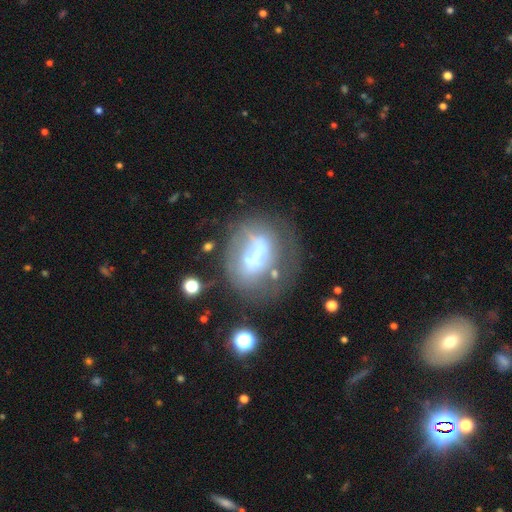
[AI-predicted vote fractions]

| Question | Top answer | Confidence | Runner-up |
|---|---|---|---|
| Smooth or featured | featured or disk | 50% | smooth (36%) |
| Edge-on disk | no | 95% | yes (5%) |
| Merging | none | 40% | major disturbance (27%) |